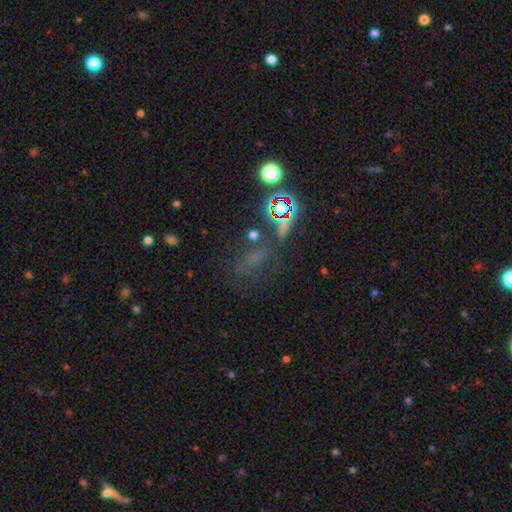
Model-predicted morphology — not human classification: smooth_or_featured: star or artifact (p=0.58) [alt: smooth p=0.23]